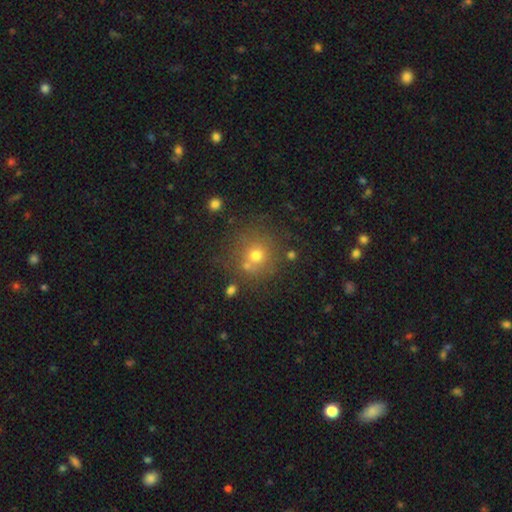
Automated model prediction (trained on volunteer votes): Smooth or featured?
  - smooth: 69% *
  - star or artifact: 19%
  - featured or disk: 13%
How rounded?
  - round: 90% *
  - in between: 9%
  - cigar-shaped: 1%
Merging?
  - none: 71% *
  - merger: 12%
  - minor disturbance: 11%
  - major disturbance: 5%